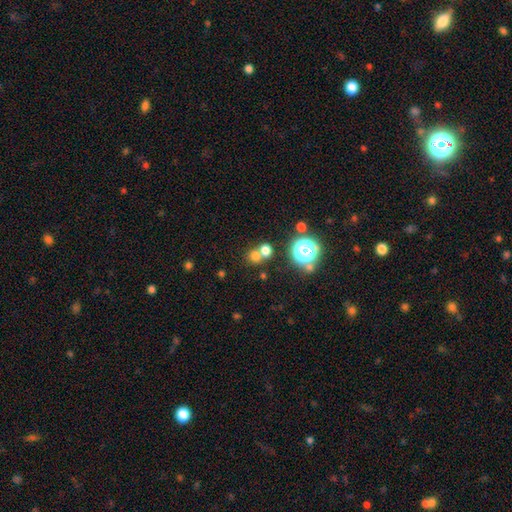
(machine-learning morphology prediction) Smooth or featured? smooth (67%)
How rounded? round (81%)
Merging? none (54%)